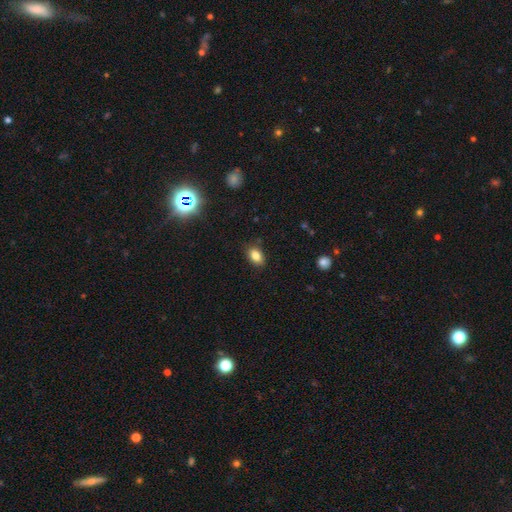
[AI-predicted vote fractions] This appears to be a smooth galaxy with no disk features (83%) that is in between round and cigar-shaped (84%). Merging: none (85%).